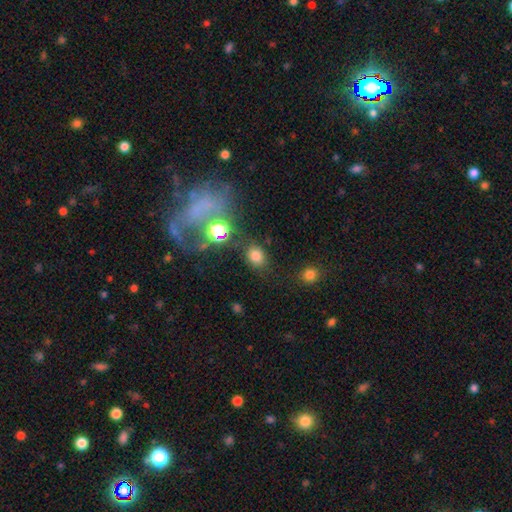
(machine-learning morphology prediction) Smooth or featured: smooth — 76% (star or artifact — 17%)
How rounded: in between — 50% (round — 49%)
Merging: none — 77% (minor disturbance — 13%)